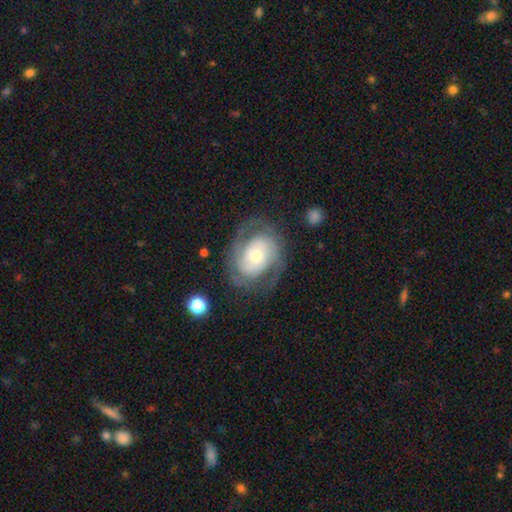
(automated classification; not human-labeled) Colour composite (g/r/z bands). It shows a featured or disk galaxy (80%) with no bar (70%), 2 (68%) tight (52%) spiral arms (91%) and a moderate central bulge (50%). Merging: none (71%).